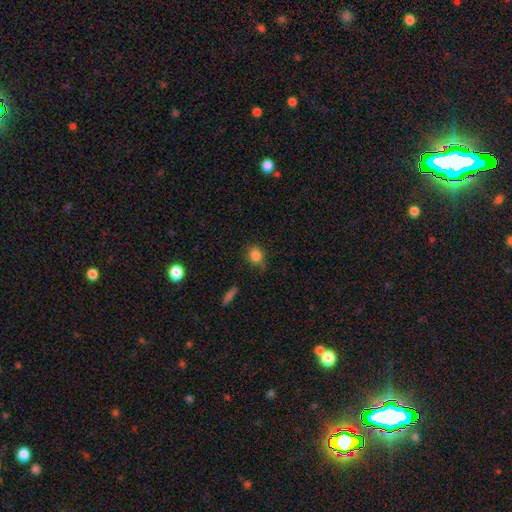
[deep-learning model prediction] Morphology: type=smooth (83%); roundness=round (72%); merging=none (68%).